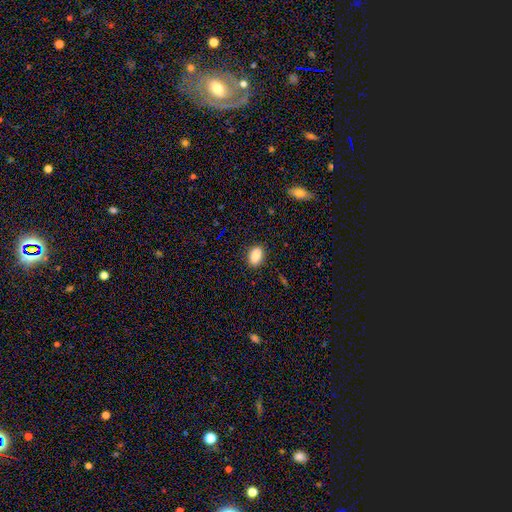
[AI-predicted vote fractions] The model was most divided on "how rounded": in between: 85%, round: 13%, cigar-shaped: 2%. More confident: merging — none (88%); smooth or featured — smooth (87%).